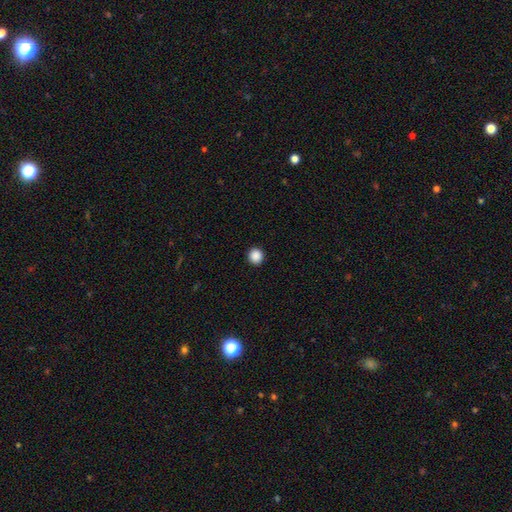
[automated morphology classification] This is clearly a smooth galaxy (88%). How rounded: clearly round (93%). Merging: clearly none (93%).